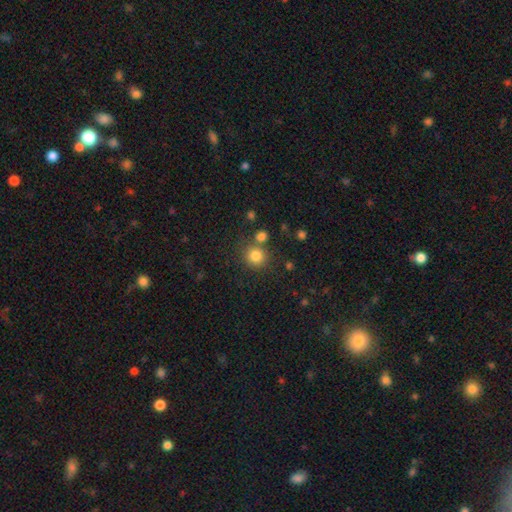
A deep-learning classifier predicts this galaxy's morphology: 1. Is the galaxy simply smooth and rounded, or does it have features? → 82% smooth, 12% star or artifact, 6% featured or disk.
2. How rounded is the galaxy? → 90% round, 9% in between, 1% cigar-shaped.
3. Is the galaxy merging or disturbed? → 74% none, 15% merger, 9% minor disturbance, 3% major disturbance.